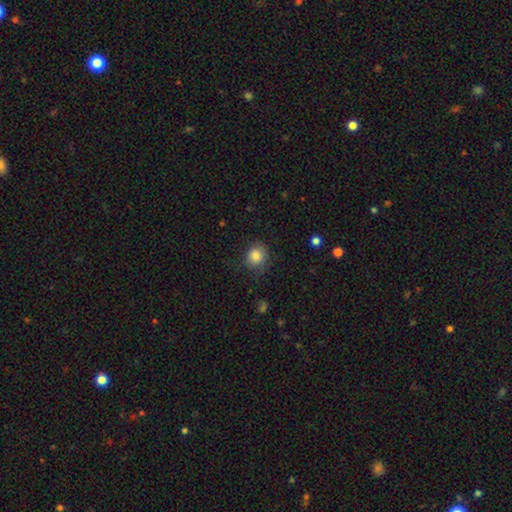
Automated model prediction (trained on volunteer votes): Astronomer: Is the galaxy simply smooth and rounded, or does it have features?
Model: smooth — 84%.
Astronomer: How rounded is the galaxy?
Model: round — 84%.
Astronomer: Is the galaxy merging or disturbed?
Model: none — 75%.